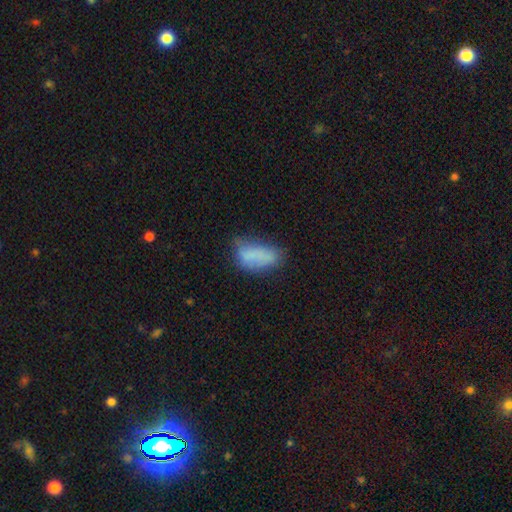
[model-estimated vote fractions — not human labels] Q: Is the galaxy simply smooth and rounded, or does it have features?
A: smooth — 72%.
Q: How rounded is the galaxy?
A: in between — 89%.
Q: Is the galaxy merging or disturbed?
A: none — 43%.